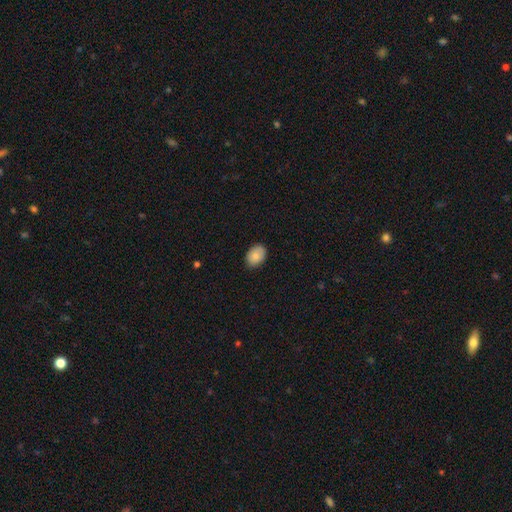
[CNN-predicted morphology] This appears to be a smooth galaxy with no disk features (84%) that is in between round and cigar-shaped (78%). Merging: none (86%).